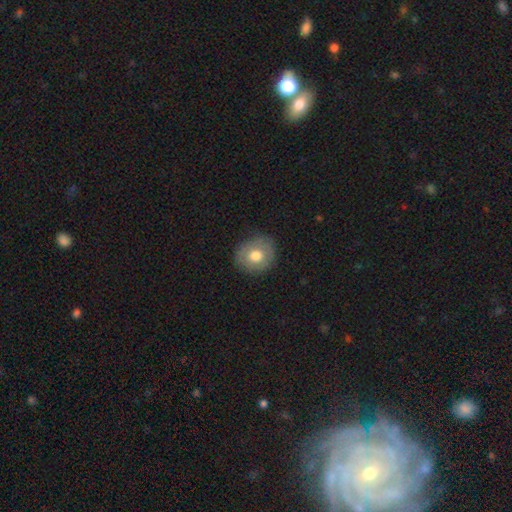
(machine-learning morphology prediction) smooth-or-featured: smooth: 67% | featured or disk: 25% | star or artifact: 8%
  how-rounded: round: 76% | in between: 23% | cigar-shaped: 1%
  merging: none: 82% | minor disturbance: 13% | major disturbance: 4% | merger: 1%